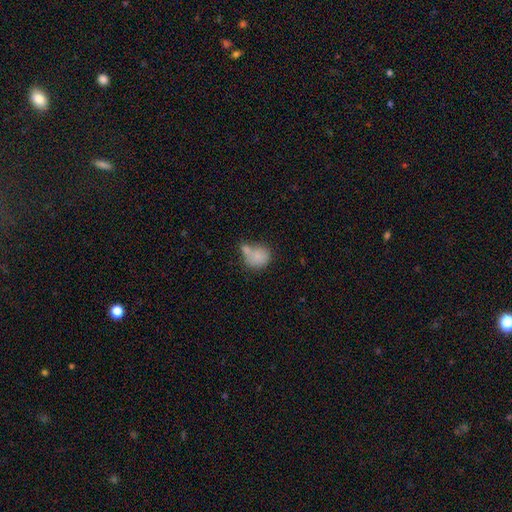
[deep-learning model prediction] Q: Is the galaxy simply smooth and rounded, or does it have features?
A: smooth — 80%.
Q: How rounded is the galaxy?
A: round — 69%.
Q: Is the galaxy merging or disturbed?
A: merger — 41%.